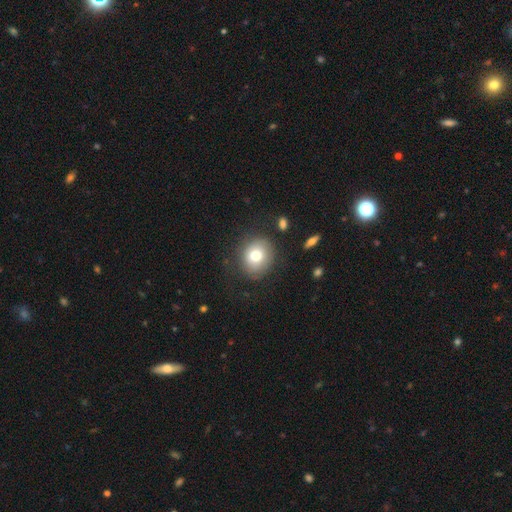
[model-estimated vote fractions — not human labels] A smooth galaxy with no disk features (76%) that is round (73%).

Vote fractions:
- Smooth or featured? smooth: 76% / featured or disk: 15% / star or artifact: 9%
- How rounded? round: 73% / in between: 26% / cigar-shaped: 1%
- Merging? none: 80% / minor disturbance: 13% / major disturbance: 5% / merger: 2%